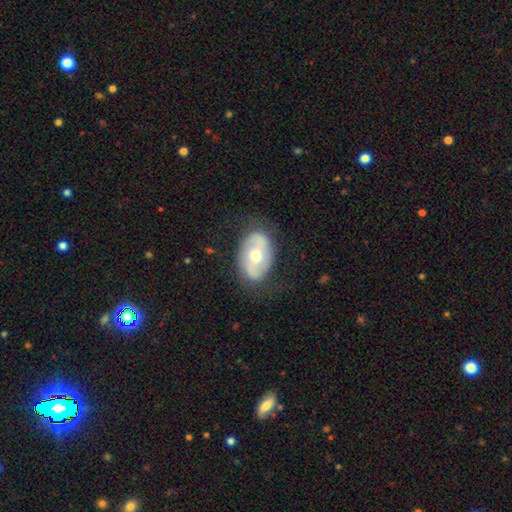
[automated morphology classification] This appears to be a featured or disk galaxy (61%) with no bar (52%), spiral arms (63%) and a moderate central bulge (71%). Merging: none (76%).